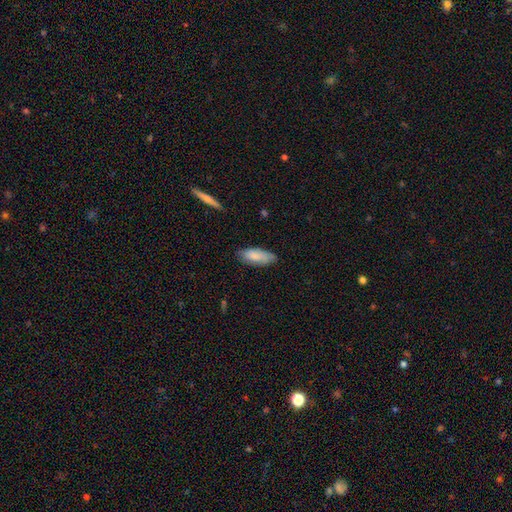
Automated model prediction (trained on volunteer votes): A smooth galaxy with no disk features (83%) that is in between round and cigar-shaped (79%).

Vote fractions:
- Smooth or featured? smooth: 83% / featured or disk: 11% / star or artifact: 6%
- How rounded? in between: 79% / cigar-shaped: 20% / round: 2%
- Merging? none: 74% / minor disturbance: 21% / major disturbance: 3% / merger: 1%